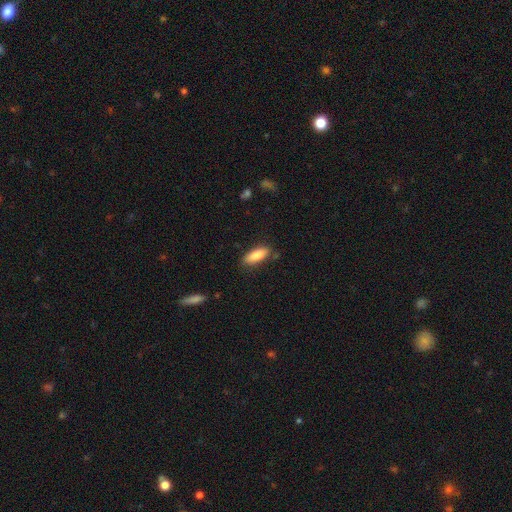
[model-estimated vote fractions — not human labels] Smooth or featured? Predicted: smooth (p=0.86). How rounded? Predicted: in between (p=0.68). Merging? Predicted: none (p=0.81).